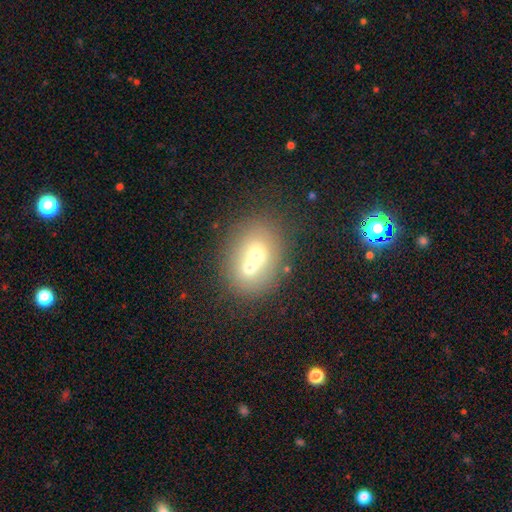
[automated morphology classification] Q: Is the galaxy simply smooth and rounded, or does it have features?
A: smooth — 61%.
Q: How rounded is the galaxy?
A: round — 62%.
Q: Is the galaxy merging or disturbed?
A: merger — 63%.